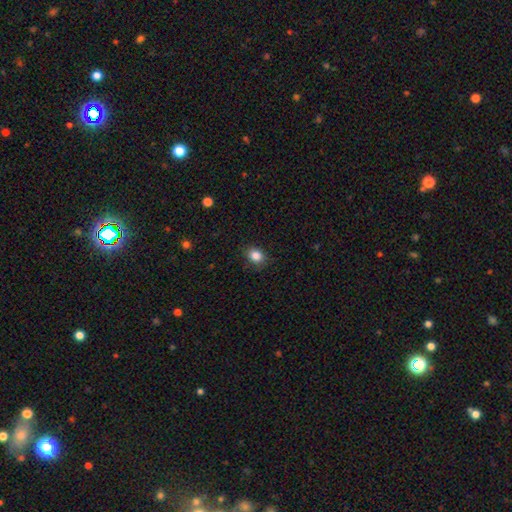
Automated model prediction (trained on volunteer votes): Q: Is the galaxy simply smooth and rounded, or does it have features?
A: smooth — 85%.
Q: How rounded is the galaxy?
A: round — 54%.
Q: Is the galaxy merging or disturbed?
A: none — 84%.